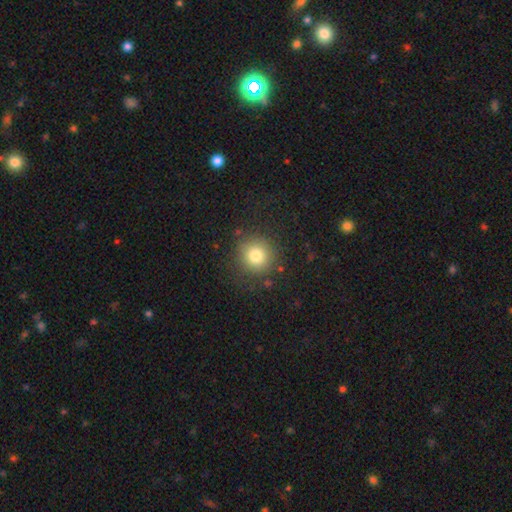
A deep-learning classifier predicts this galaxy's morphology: Overall: smooth (79%). How rounded: round (93%). Merging: none (84%).